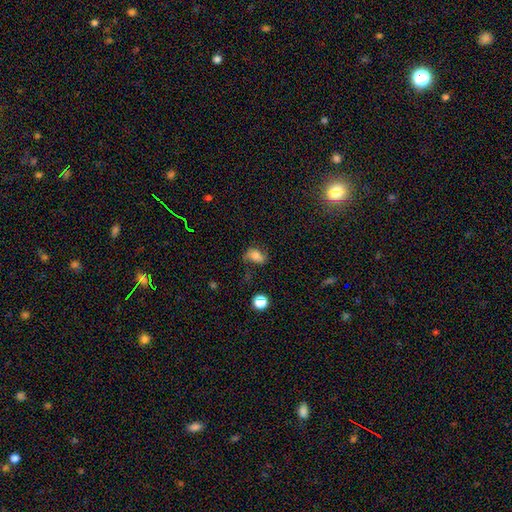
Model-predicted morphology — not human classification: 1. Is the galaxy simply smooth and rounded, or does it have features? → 66% smooth, 21% featured or disk, 13% star or artifact.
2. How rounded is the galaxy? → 80% in between, 18% round, 2% cigar-shaped.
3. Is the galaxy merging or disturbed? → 48% none, 29% minor disturbance, 18% major disturbance, 5% merger.